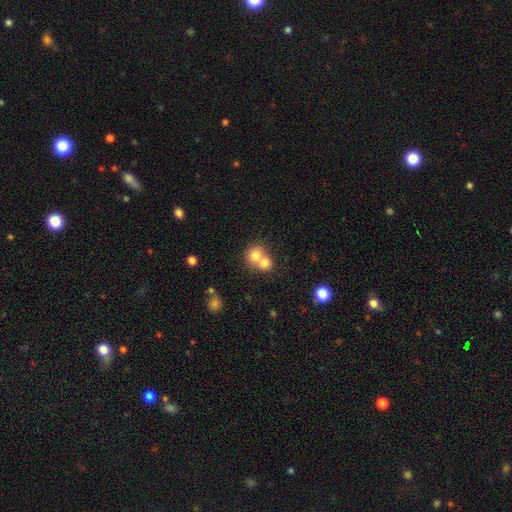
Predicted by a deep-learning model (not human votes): Smooth or featured? smooth (74%)
How rounded? round (77%)
Merging? merger (64%)